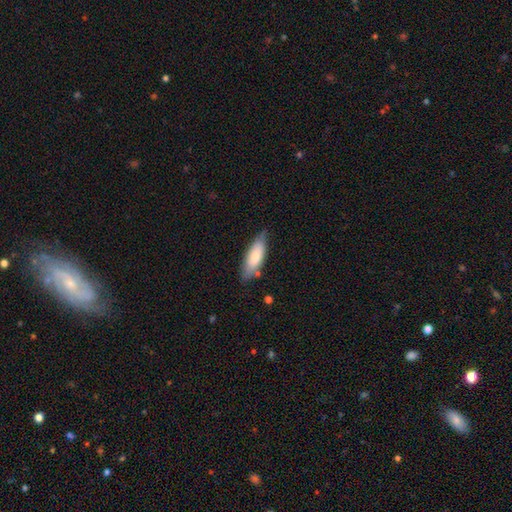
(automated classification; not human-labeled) Q: Smooth or featured?
A: smooth (73%); runner-up: featured or disk (22%)
Q: How rounded?
A: in between (66%); runner-up: cigar-shaped (32%)
Q: Merging?
A: none (72%); runner-up: minor disturbance (22%)